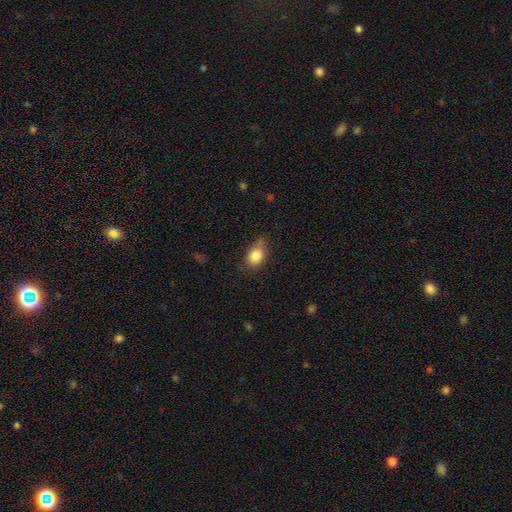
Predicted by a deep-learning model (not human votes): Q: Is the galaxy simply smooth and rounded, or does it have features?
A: smooth — 84%.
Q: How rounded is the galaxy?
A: in between — 63%.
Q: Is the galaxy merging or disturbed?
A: none — 59%.